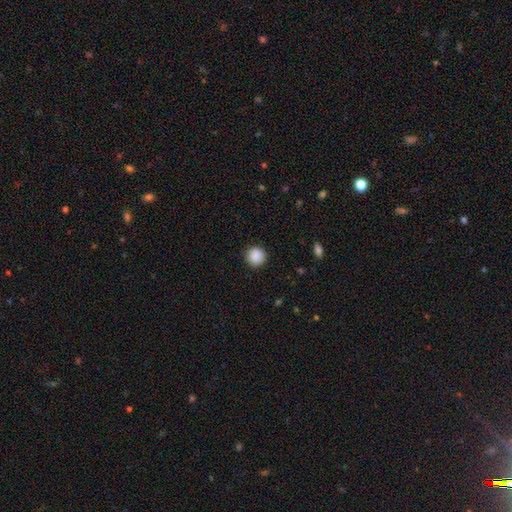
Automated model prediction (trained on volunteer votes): Smooth or featured? smooth (89%)
How rounded? round (95%)
Merging? none (91%)